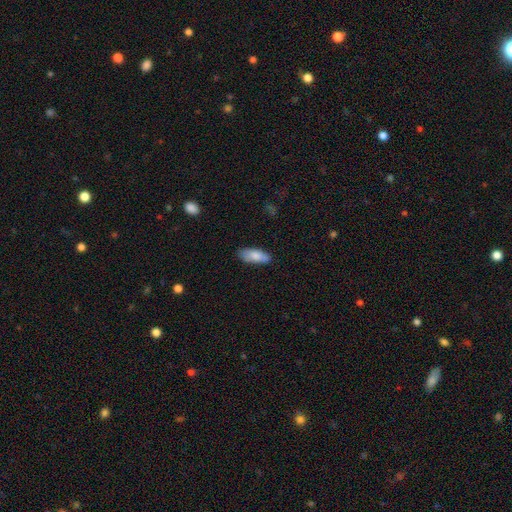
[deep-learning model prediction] smooth-or-featured: smooth: 83% | featured or disk: 11% | star or artifact: 6%
  how-rounded: in between: 79% | cigar-shaped: 19% | round: 2%
  merging: none: 79% | minor disturbance: 17% | major disturbance: 3% | merger: 1%